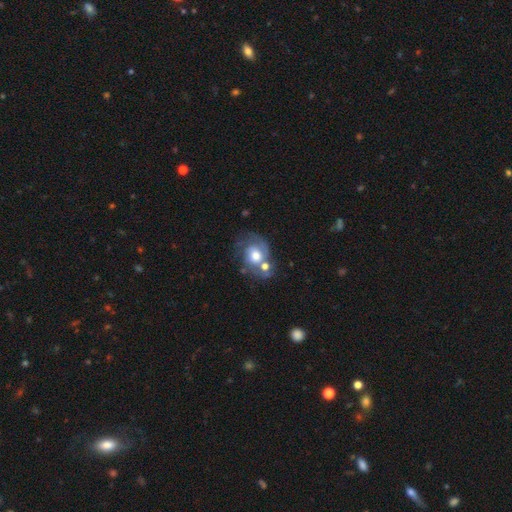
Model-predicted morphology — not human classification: Smooth or featured: featured or disk — 63% (smooth — 30%)
Edge-on disk: no — 97% (yes — 3%)
Bar: no — 76% (weak — 20%)
Spiral arms: yes — 76% (no — 24%)
Bulge size: moderate — 54% (large — 33%)
Merging: none — 38% (merger — 28%)